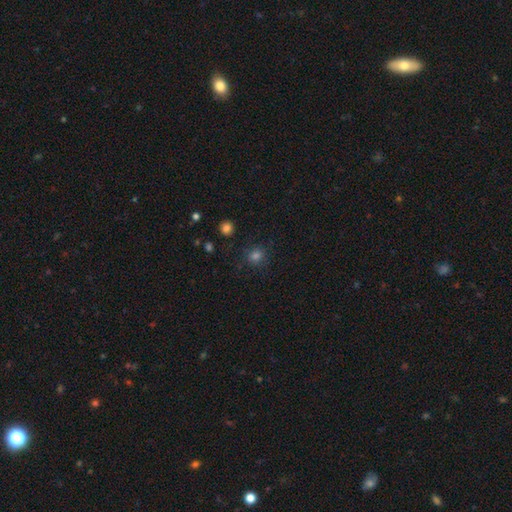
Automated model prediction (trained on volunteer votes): Smooth or featured? smooth (73%)
How rounded? round (88%)
Merging? none (86%)